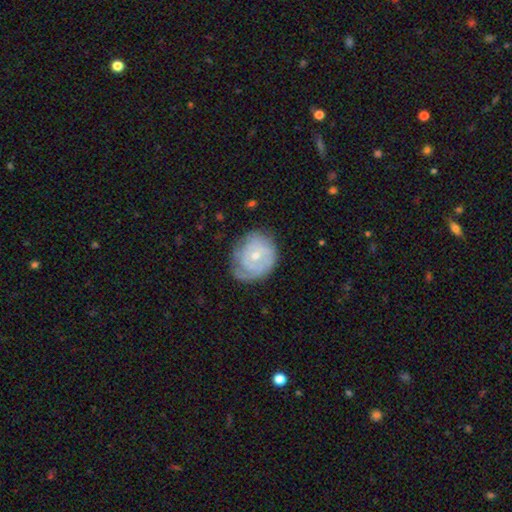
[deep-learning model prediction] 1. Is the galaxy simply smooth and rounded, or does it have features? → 64% featured or disk, 29% smooth, 6% star or artifact.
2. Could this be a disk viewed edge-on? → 97% no, 3% yes.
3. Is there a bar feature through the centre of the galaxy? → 72% no, 24% weak, 4% strong.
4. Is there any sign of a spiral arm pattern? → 78% yes, 22% no.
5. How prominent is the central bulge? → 60% small, 37% moderate, 1% large, 1% none, 1% dominant.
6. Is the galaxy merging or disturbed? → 62% none, 25% minor disturbance, 11% major disturbance, 1% merger.